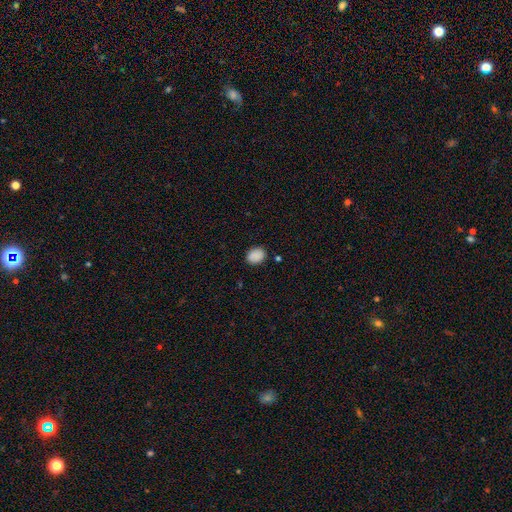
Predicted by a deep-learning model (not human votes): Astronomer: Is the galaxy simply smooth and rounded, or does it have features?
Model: smooth — 88%.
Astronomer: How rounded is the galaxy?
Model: in between — 56% (runner-up: round, 44%).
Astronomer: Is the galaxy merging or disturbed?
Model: none — 85%.